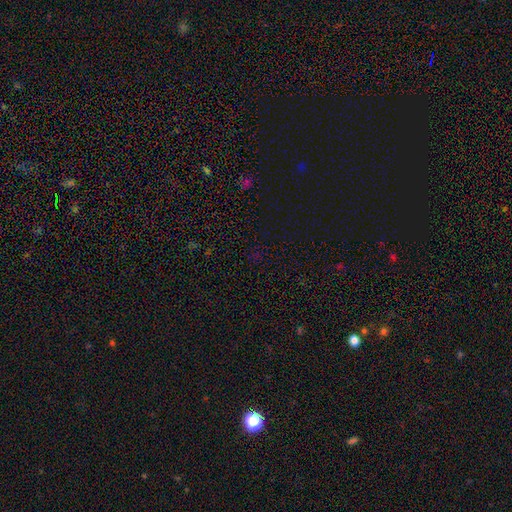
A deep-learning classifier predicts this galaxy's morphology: type=star or artifact (68%).